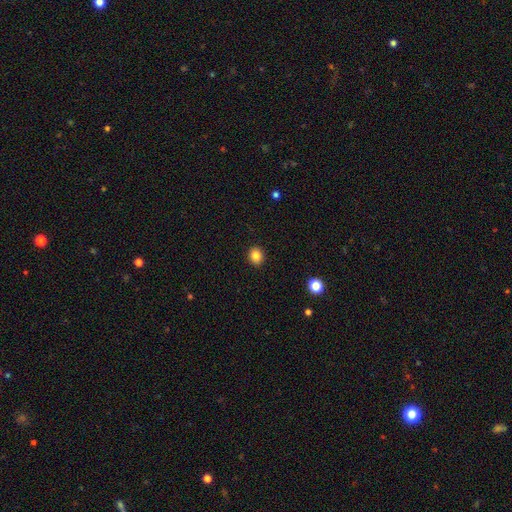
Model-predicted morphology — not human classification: type=smooth (84%); roundness=round (73%); merging=none (92%).